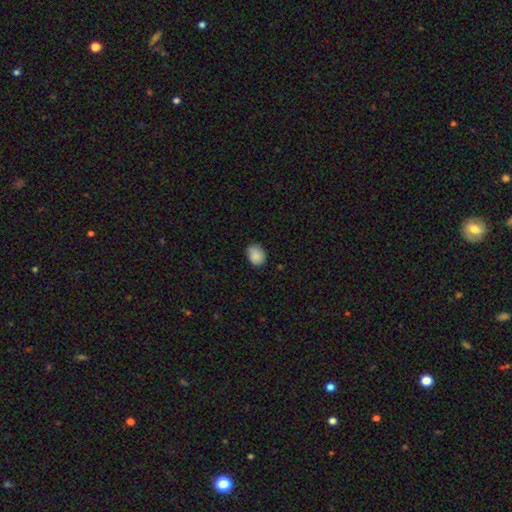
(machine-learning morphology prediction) A smooth galaxy with no disk features (87%) that is in between round and cigar-shaped (59%).

Vote fractions:
- Smooth or featured? smooth: 87% / star or artifact: 7% / featured or disk: 5%
- How rounded? in between: 59% / round: 40% / cigar-shaped: 1%
- Merging? none: 76% / minor disturbance: 20% / major disturbance: 3% / merger: 1%